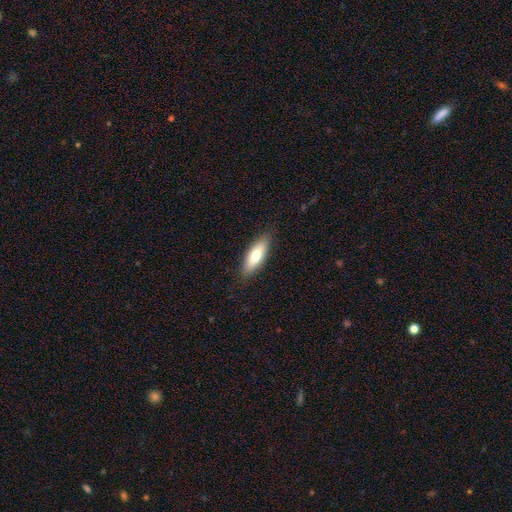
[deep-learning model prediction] Q: Smooth or featured?
A: smooth (73%); runner-up: featured or disk (21%)
Q: How rounded?
A: in between (59%); runner-up: cigar-shaped (39%)
Q: Merging?
A: none (86%); runner-up: minor disturbance (11%)